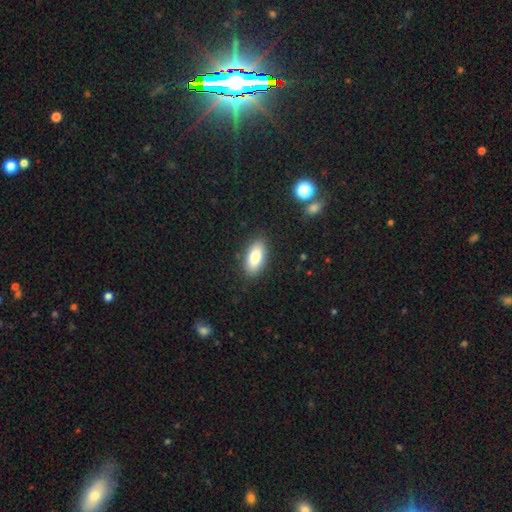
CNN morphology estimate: A smooth galaxy with no disk features (84%) that is in between round and cigar-shaped (86%).

Vote fractions:
- Smooth or featured? smooth: 84% / featured or disk: 9% / star or artifact: 7%
- How rounded? in between: 86% / cigar-shaped: 11% / round: 2%
- Merging? none: 87% / minor disturbance: 9% / major disturbance: 2% / merger: 1%